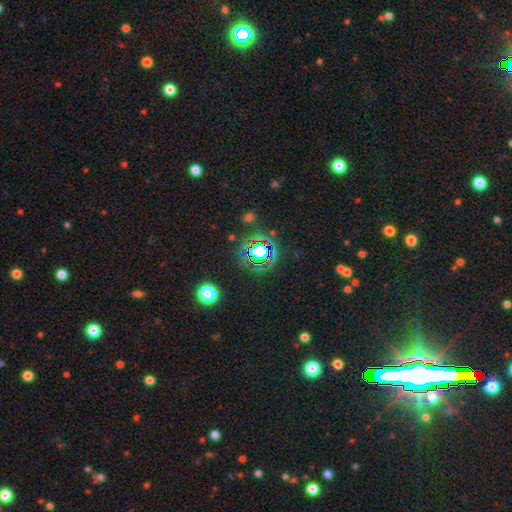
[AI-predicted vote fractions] star or artifact 69%, smooth 20%, featured or disk 10%.